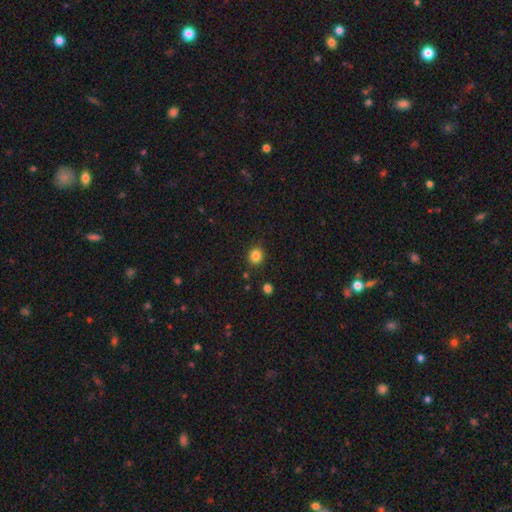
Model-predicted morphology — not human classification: A smooth galaxy with no disk features (84%) that is round (82%). Merging: none (89%).